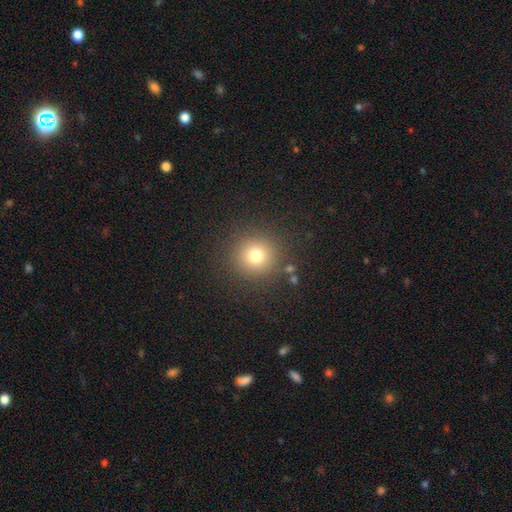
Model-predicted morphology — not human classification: type=smooth (76%); roundness=round (94%); merging=none (87%).